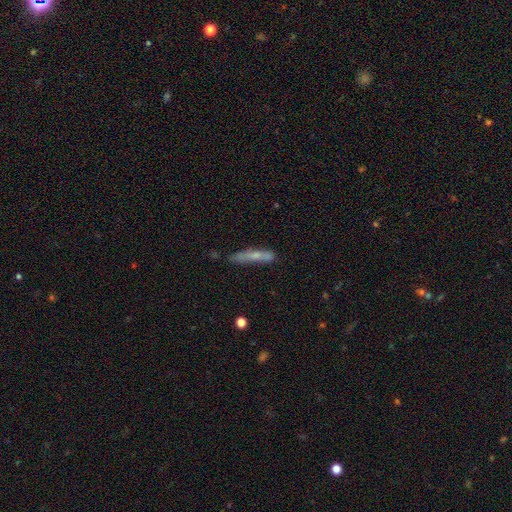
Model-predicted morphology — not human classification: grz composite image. It shows a smooth galaxy with no disk features (57%) that is cigar-shaped (91%). Merging: none (64%).